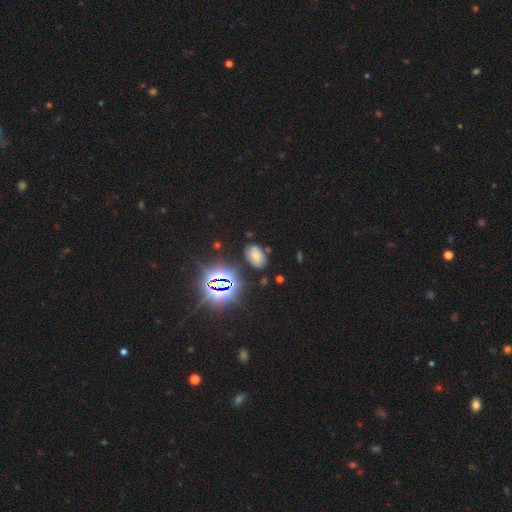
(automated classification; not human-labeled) smooth 50%, star or artifact 33%, featured or disk 17%. Down the decision tree: how rounded — in between (89%); merging — none (80%).